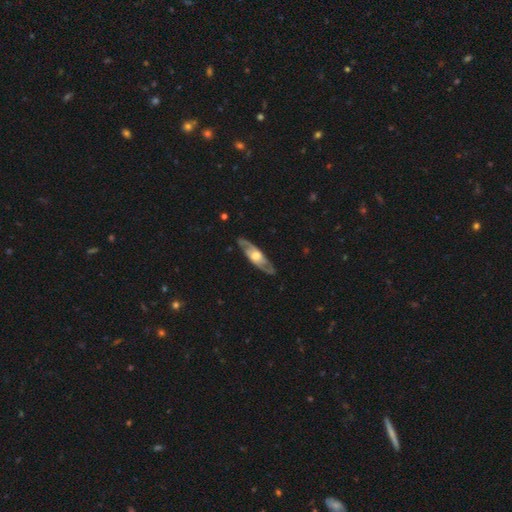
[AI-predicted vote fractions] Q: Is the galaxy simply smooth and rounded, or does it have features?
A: featured or disk — 74%.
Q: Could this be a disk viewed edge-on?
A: no — 67%.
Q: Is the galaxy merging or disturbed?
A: none — 83%.